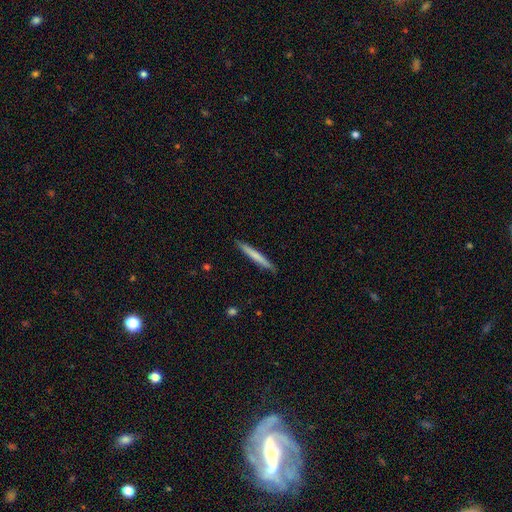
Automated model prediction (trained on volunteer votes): Overall: smooth (67%; featured or disk 28%). How rounded: cigar-shaped (97%). Merging: none (91%).